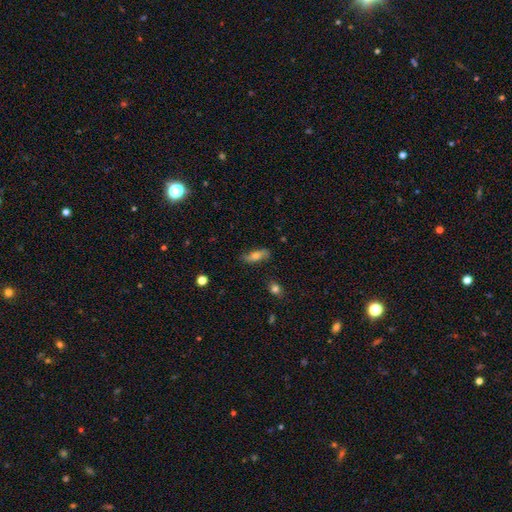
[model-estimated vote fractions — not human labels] smooth_or_featured: smooth (p=0.64) [alt: featured or disk p=0.28]
how_rounded: in between (p=0.63) [alt: cigar-shaped p=0.33]
merging: none (p=0.80) [alt: minor disturbance p=0.16]